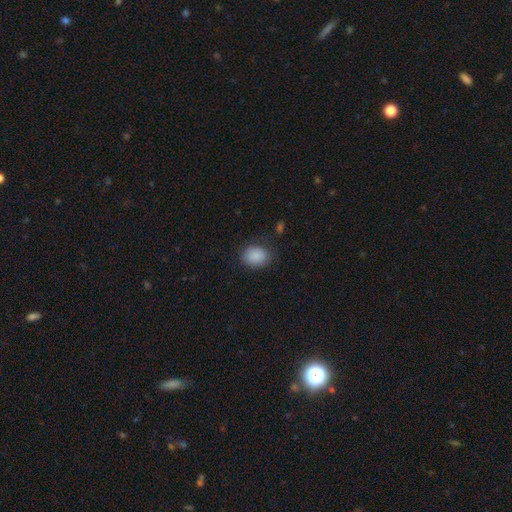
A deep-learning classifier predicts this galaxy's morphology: Smooth or featured? Predicted: smooth (p=0.88). How rounded? Predicted: in between (p=0.58). Merging? Predicted: none (p=0.78).